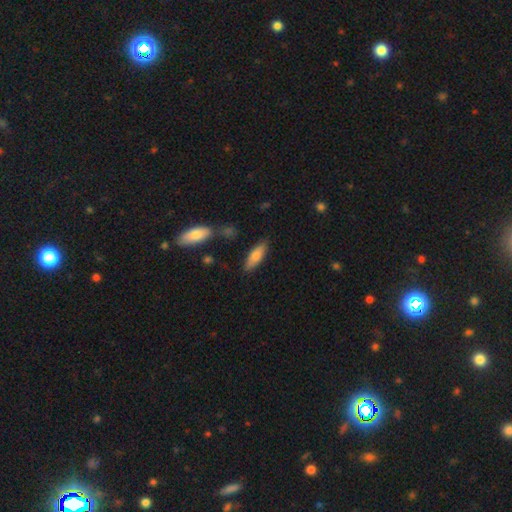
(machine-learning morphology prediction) Smooth or featured?
  - smooth: 77% *
  - featured or disk: 17%
  - star or artifact: 6%
How rounded?
  - in between: 63% *
  - cigar-shaped: 35%
  - round: 2%
Merging?
  - none: 80% *
  - minor disturbance: 13%
  - merger: 4%
  - major disturbance: 3%